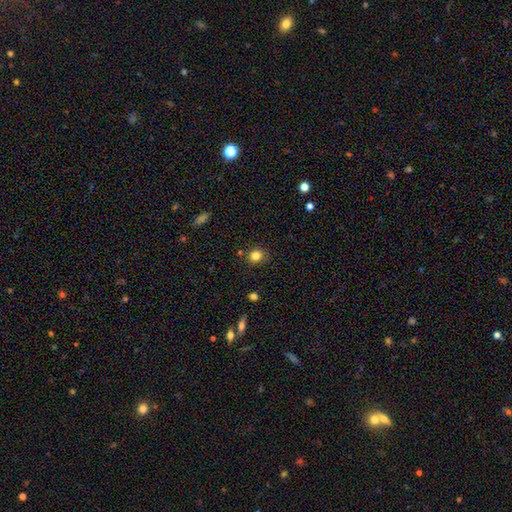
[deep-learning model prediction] The model was most divided on "how rounded": round: 83%, in between: 16%, cigar-shaped: 1%. More confident: merging — none (84%); smooth or featured — smooth (82%).